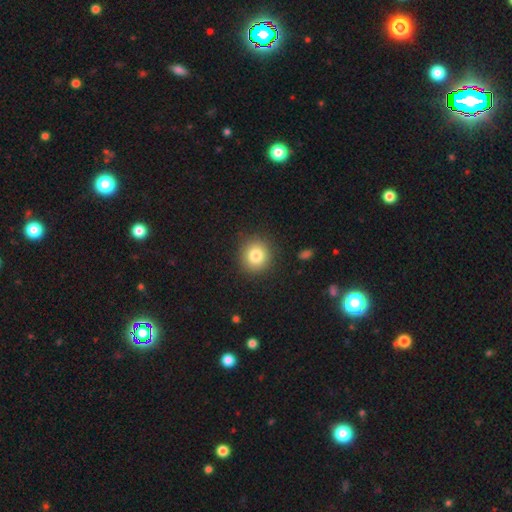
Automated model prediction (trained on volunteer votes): A smooth galaxy with no disk features (82%) that is round (89%). Merging: none (90%).